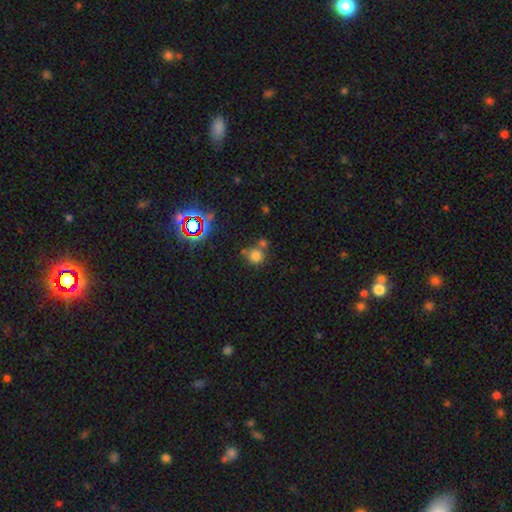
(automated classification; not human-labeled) Smooth or featured? Predicted: smooth (p=0.72). How rounded? Predicted: round (p=0.91). Merging? Predicted: none (p=0.60).